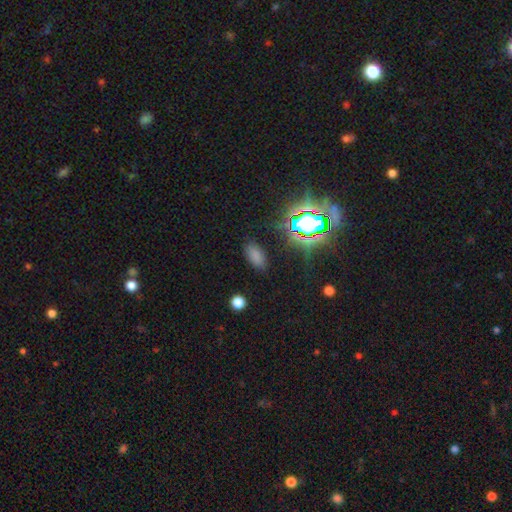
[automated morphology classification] Smooth or featured? smooth (72%)
How rounded? in between (91%)
Merging? none (82%)